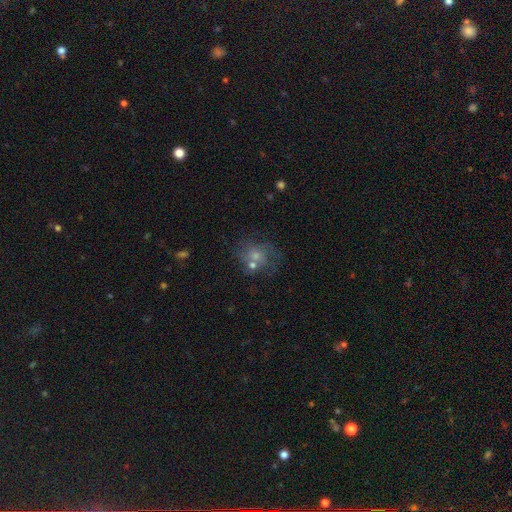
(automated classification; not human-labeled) Smooth or featured? featured or disk (45%)
Merging? none (56%)